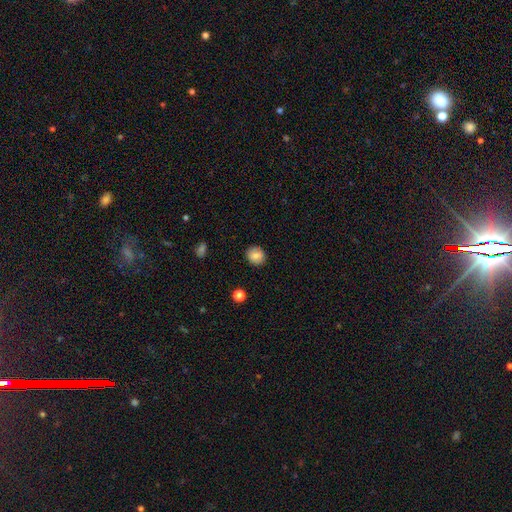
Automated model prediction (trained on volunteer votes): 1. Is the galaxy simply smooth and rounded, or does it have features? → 81% smooth, 10% featured or disk, 9% star or artifact.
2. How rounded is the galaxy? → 80% round, 19% in between, 1% cigar-shaped.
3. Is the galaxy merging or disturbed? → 87% none, 9% minor disturbance, 2% major disturbance, 1% merger.